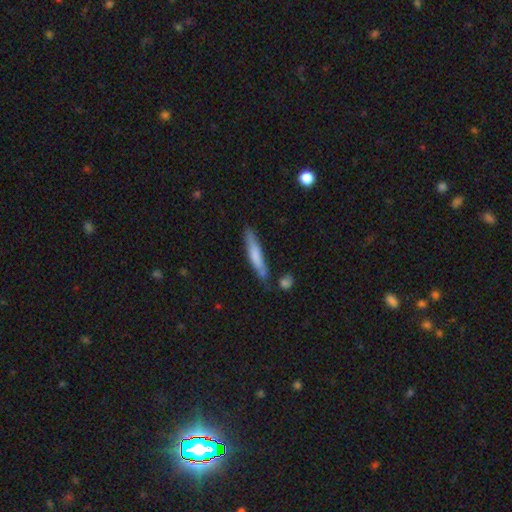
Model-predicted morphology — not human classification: Smooth or featured: smooth — 69% (featured or disk — 25%)
How rounded: cigar-shaped — 90% (in between — 8%)
Merging: none — 71% (minor disturbance — 18%)